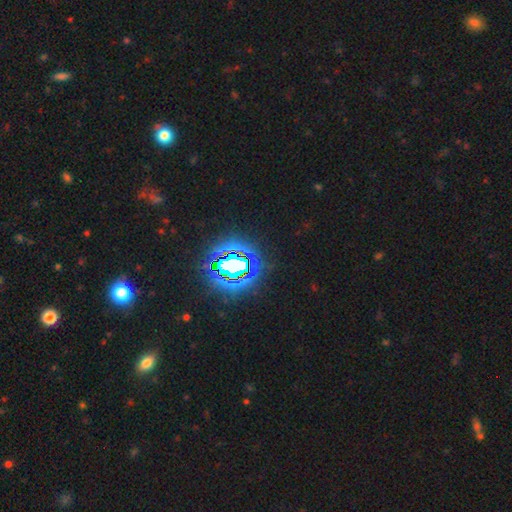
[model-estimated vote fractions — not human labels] Overall: star or artifact (83%).